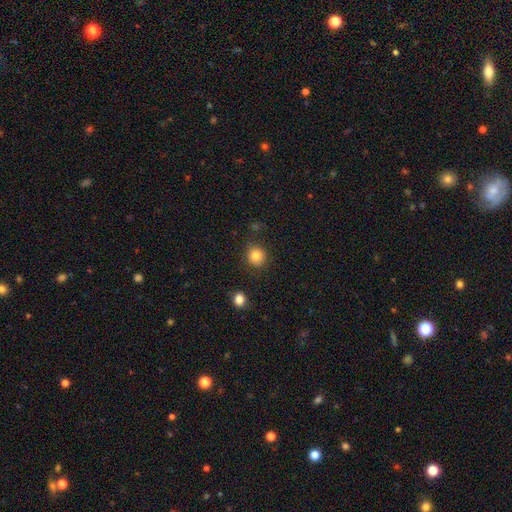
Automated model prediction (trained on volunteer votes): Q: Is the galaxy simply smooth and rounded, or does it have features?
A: smooth — 83%.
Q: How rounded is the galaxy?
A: round — 89%.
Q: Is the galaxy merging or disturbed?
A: none — 86%.